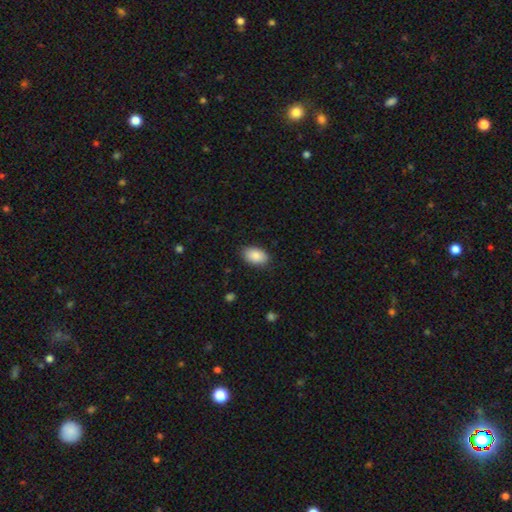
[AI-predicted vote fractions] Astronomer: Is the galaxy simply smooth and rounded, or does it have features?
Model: smooth — 89%.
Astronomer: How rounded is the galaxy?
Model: in between — 91%.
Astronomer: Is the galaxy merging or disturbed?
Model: none — 86%.